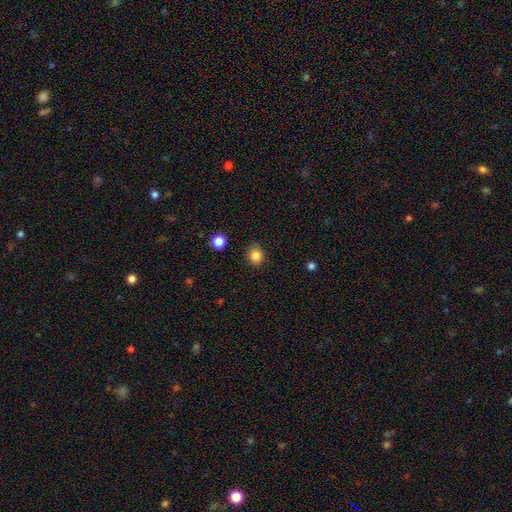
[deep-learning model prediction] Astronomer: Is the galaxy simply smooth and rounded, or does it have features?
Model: smooth — 85%.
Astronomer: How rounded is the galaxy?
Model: round — 78%.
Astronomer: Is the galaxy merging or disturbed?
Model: none — 82%.